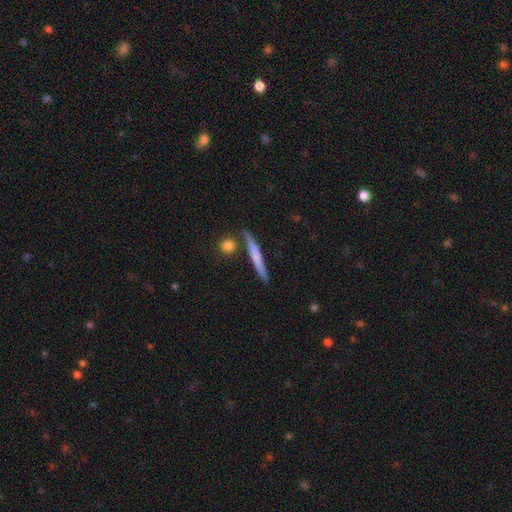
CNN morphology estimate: Smooth or featured: smooth — 55% (featured or disk — 39%)
How rounded: cigar-shaped — 94% (in between — 4%)
Merging: none — 81% (minor disturbance — 10%)